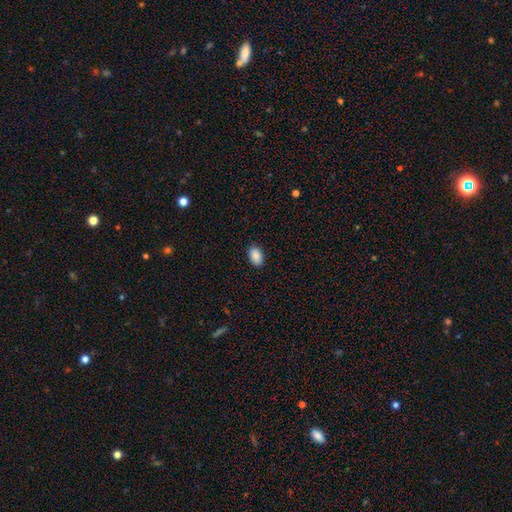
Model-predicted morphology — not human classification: A smooth galaxy with no disk features (89%) that is in between round and cigar-shaped (92%). Merging: none (88%).